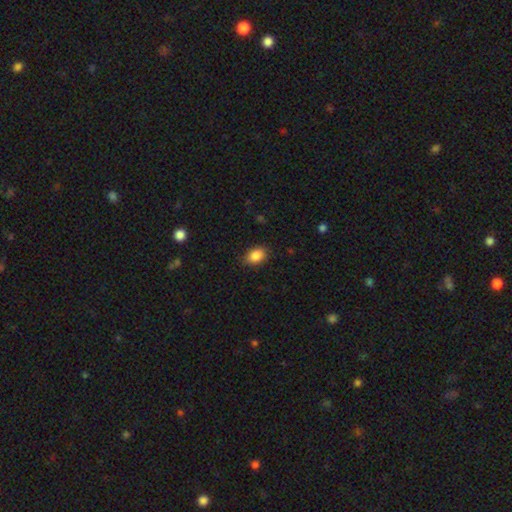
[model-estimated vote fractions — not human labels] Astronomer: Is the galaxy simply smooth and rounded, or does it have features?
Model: smooth — 88%.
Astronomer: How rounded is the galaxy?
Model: in between — 82%.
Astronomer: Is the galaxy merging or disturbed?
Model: none — 85%.